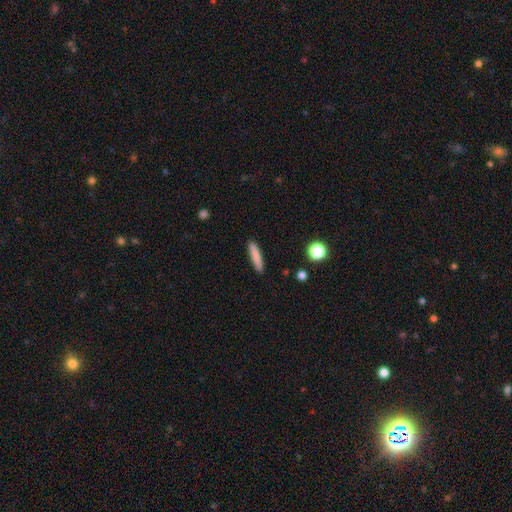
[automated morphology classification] Smooth or featured?
  - smooth: 82% *
  - featured or disk: 11%
  - star or artifact: 7%
How rounded?
  - cigar-shaped: 89% *
  - in between: 10%
  - round: 2%
Merging?
  - none: 90% *
  - minor disturbance: 7%
  - major disturbance: 2%
  - merger: 1%